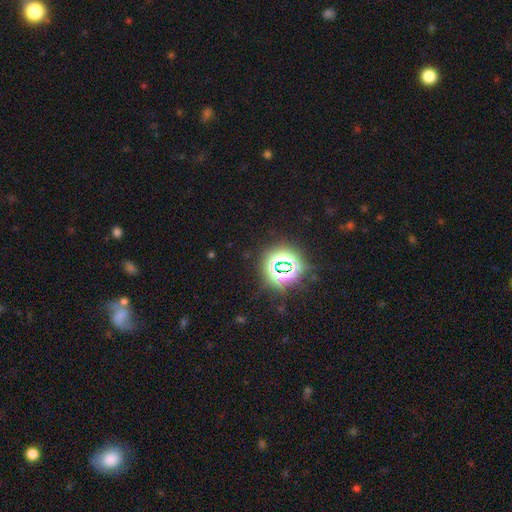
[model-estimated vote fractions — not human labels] Q: Smooth or featured?
A: star or artifact (78%); runner-up: smooth (15%)